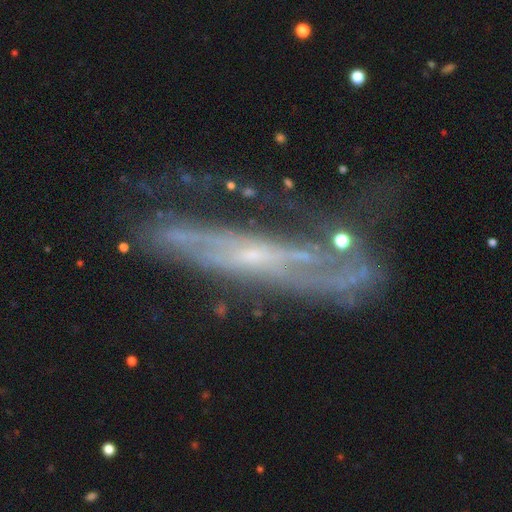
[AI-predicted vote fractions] Smooth or featured: featured or disk — 78% (smooth — 11%)
Edge-on disk: no — 65% (yes — 35%)
Bar: no — 58% (weak — 27%)
Spiral arms: yes — 79% (no — 21%)
Bulge size: small — 75% (moderate — 14%)
Merging: none — 48% (major disturbance — 23%)